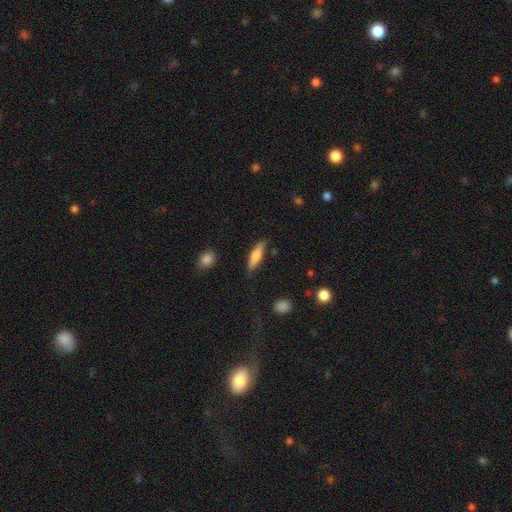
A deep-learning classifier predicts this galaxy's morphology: type=smooth (65%); roundness=cigar-shaped (67%); merging=none (80%).